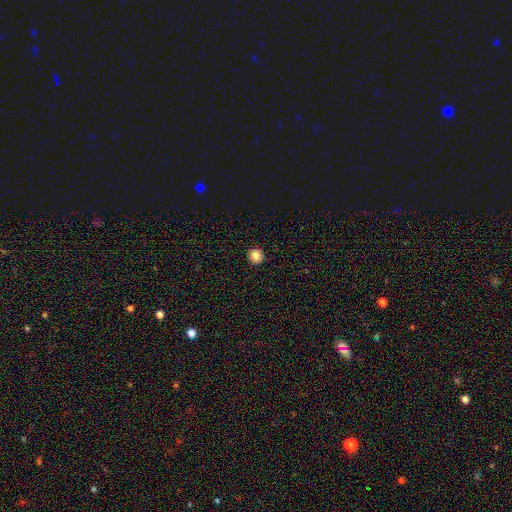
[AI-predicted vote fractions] A smooth galaxy with no disk features (84%) that is round (95%). Merging: none (93%).